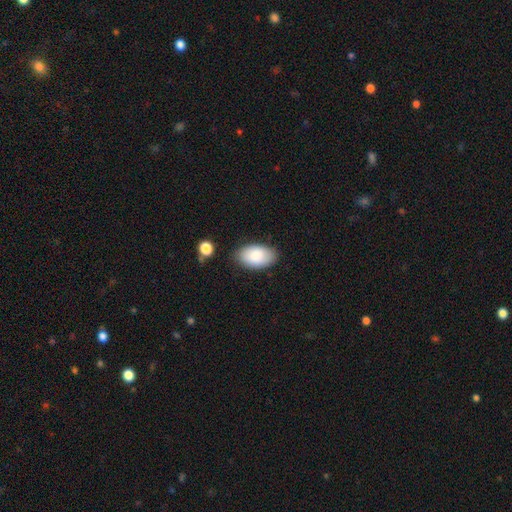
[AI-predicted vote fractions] A smooth galaxy with no disk features (84%) that is in between round and cigar-shaped (94%). Merging: none (82%).